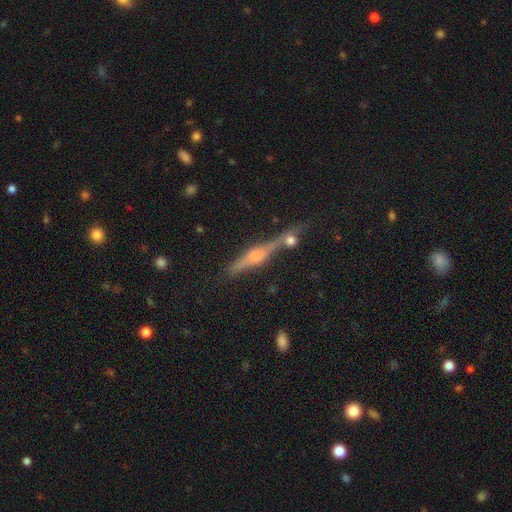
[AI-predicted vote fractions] Morphology: type=featured or disk (76%); edge-on=yes (96%); edge-on bulge=rounded (89%); merging=none (71%).